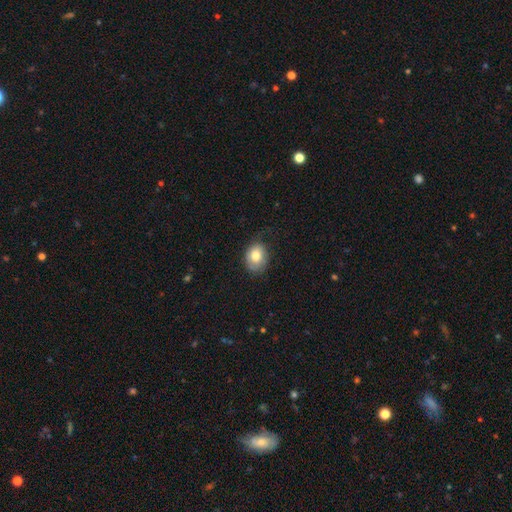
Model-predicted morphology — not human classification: Overall: smooth (76%). How rounded: in between (57%; round 42%). Merging: none (67%).